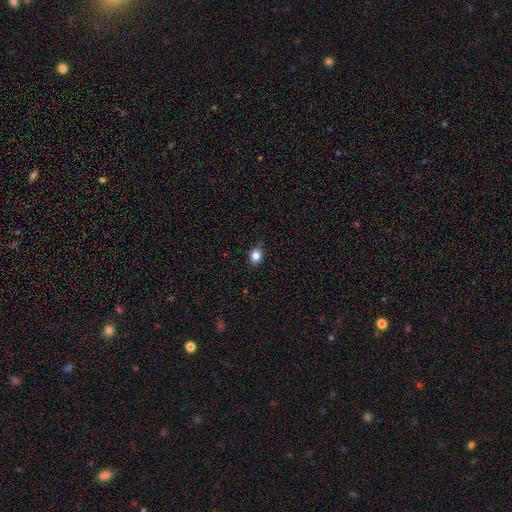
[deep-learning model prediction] Overall: smooth (84%). How rounded: round (50%; in between 49%). Merging: none (83%).